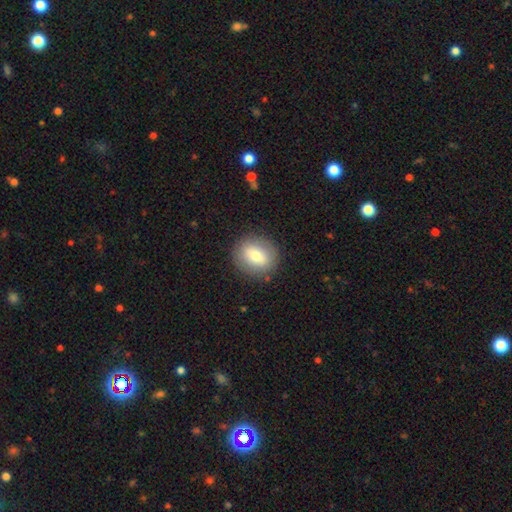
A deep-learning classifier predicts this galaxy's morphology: The model was most divided on "how rounded": round: 71%, in between: 28%, cigar-shaped: 1%. More confident: merging — none (87%); smooth or featured — smooth (73%).